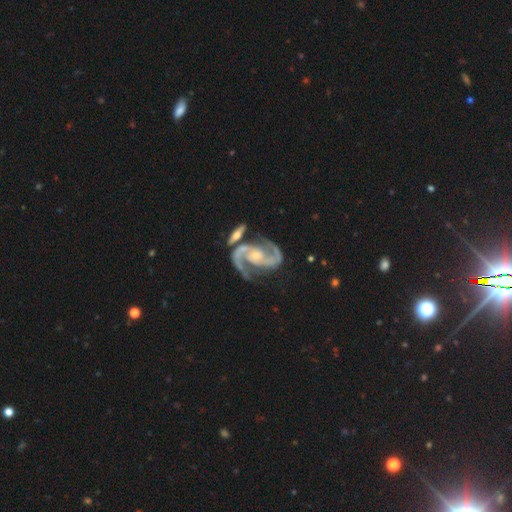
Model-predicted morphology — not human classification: smooth-or-featured: featured or disk: 94% | star or artifact: 4% | smooth: 2%
  disk-edge-on: no: 98% | yes: 2%
    bar: no: 45% | weak: 35% | strong: 20%
    has-spiral-arms: yes: 99% | no: 1%
      spiral-winding: medium: 63% | tight: 24% | loose: 13%
      spiral-arm-count: 2: 94% | 3: 2% | can't tell: 1% | 1: 1% | 4: 1% | more than 4: 1%
    bulge-size: small: 54% | moderate: 38% | none: 4% | large: 3% | dominant: 1%
  merging: none: 56% | merger: 19% | minor disturbance: 17% | major disturbance: 8%